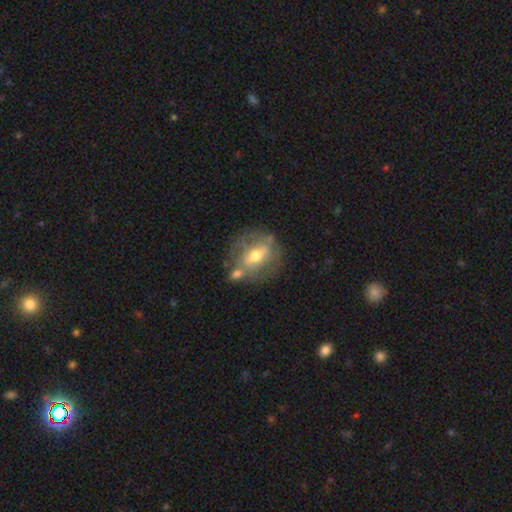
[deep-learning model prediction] featured or disk 61%, smooth 31%, star or artifact 8%. Down the decision tree: edge-on disk — no (83%); bar — strong (41%); spiral arms — no (77%); bulge size — moderate (73%); merging — none (58%).